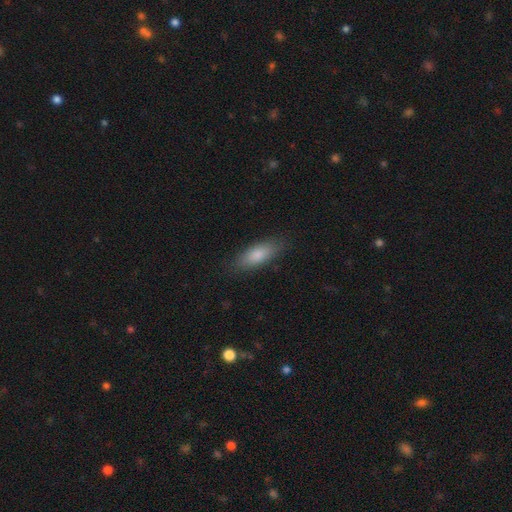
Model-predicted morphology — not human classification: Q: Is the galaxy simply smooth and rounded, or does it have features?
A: smooth — 75%.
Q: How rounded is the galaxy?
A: in between — 59%.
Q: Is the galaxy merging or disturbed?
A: none — 85%.